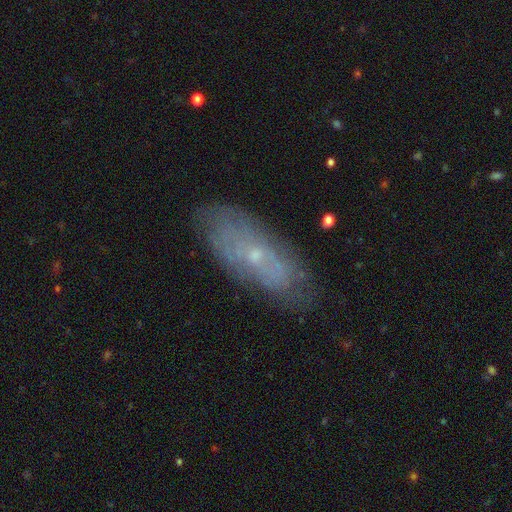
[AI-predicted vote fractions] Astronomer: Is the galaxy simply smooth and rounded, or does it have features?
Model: featured or disk — 59%.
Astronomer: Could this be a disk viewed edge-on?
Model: no — 83%.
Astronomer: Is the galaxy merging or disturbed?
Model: none — 76%.